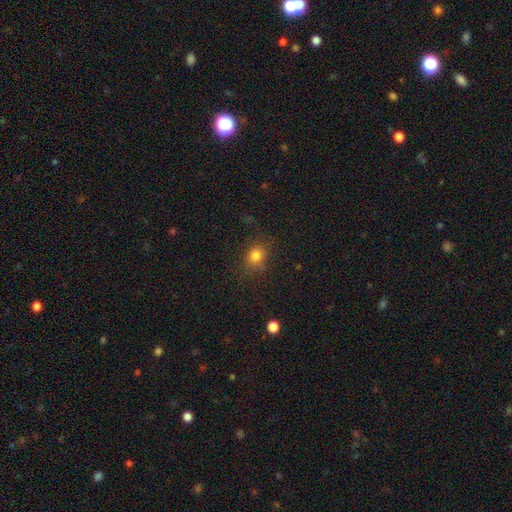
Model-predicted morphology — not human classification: Overall: smooth (79%). How rounded: round (66%; in between 33%). Merging: none (78%).